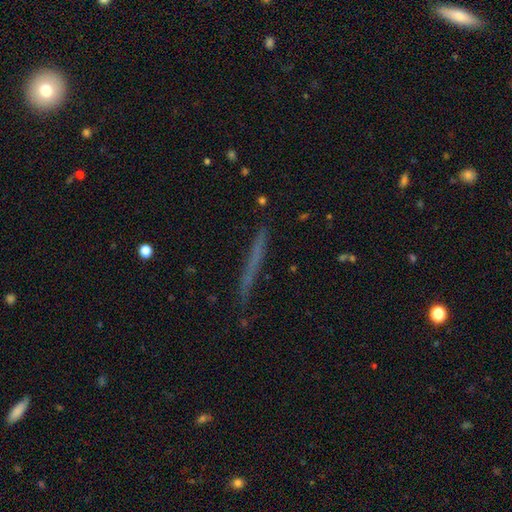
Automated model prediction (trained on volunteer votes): Q: Smooth or featured?
A: smooth (52%); runner-up: featured or disk (39%)
Q: How rounded?
A: cigar-shaped (96%); runner-up: in between (2%)
Q: Merging?
A: none (81%); runner-up: minor disturbance (14%)